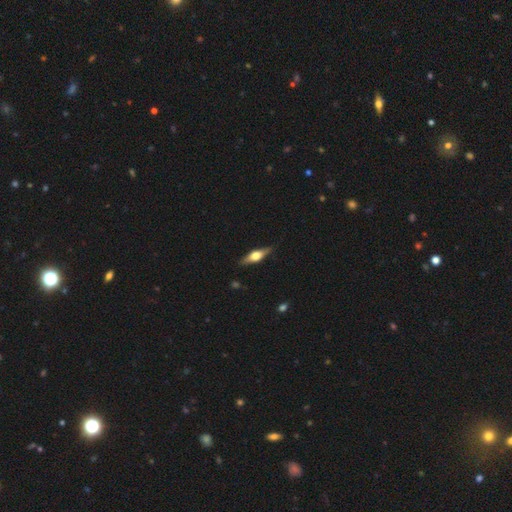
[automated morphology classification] This appears to be a featured or disk galaxy (59%) viewed edge-on (94%) with a rounded central bulge (92%). Merging: none (85%).